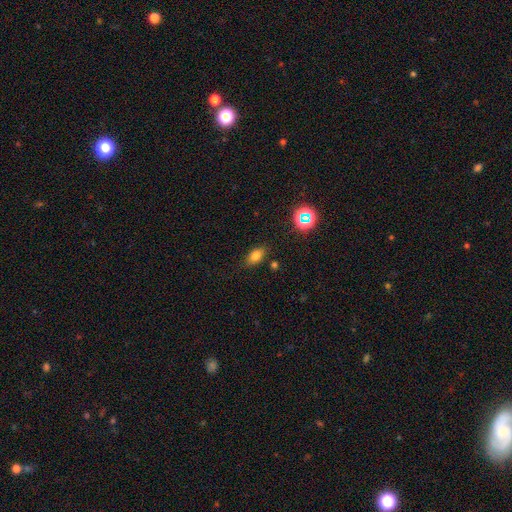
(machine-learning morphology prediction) Smooth or featured?
  - smooth: 76% *
  - star or artifact: 14%
  - featured or disk: 10%
How rounded?
  - in between: 84% *
  - round: 12%
  - cigar-shaped: 5%
Merging?
  - none: 81% *
  - minor disturbance: 13%
  - major disturbance: 3%
  - merger: 3%